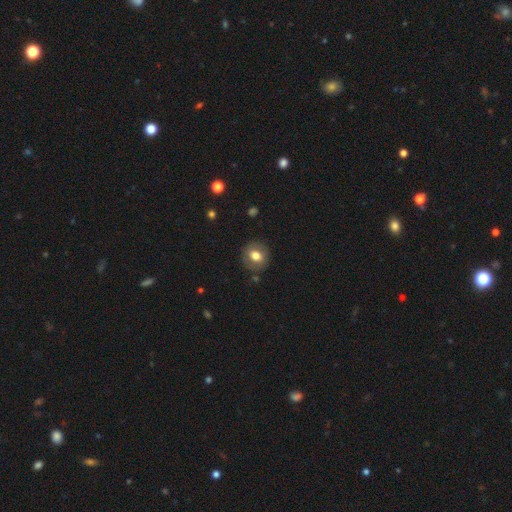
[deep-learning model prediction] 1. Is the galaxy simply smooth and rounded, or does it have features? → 73% smooth, 18% featured or disk, 9% star or artifact.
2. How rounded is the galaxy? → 76% round, 23% in between, 1% cigar-shaped.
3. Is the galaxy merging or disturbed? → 84% none, 11% minor disturbance, 3% major disturbance, 2% merger.